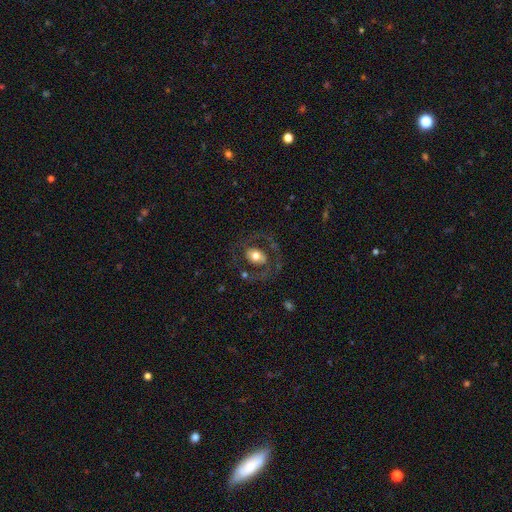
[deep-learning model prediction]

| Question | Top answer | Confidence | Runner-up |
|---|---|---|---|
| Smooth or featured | featured or disk | 53% | smooth (39%) |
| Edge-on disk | no | 95% | yes (5%) |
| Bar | no | 70% | weak (20%) |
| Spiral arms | no | 56% | yes (44%) |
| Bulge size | moderate | 62% | large (27%) |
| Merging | none | 70% | major disturbance (14%) |